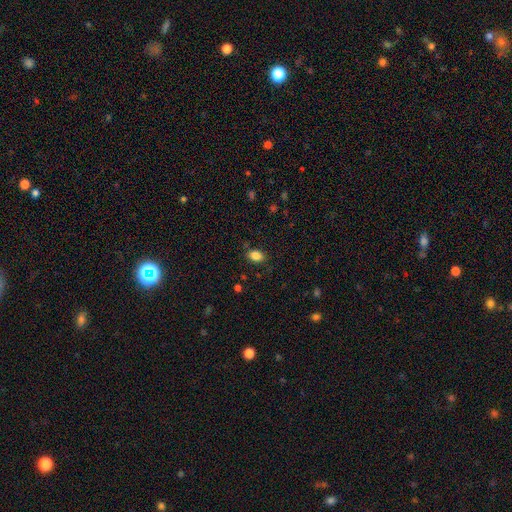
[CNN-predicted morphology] type=smooth (85%); roundness=in between (78%); merging=none (85%).